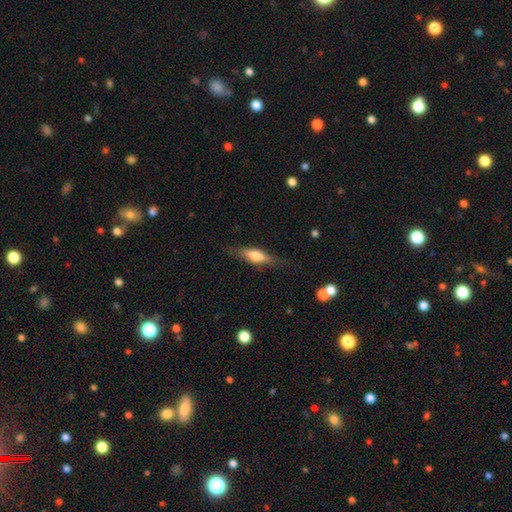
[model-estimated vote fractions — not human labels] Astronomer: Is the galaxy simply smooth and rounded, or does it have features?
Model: smooth — 58% (runner-up: featured or disk, 36%).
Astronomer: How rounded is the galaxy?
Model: cigar-shaped — 57% (runner-up: in between, 41%).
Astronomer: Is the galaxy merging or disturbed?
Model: none — 76%.